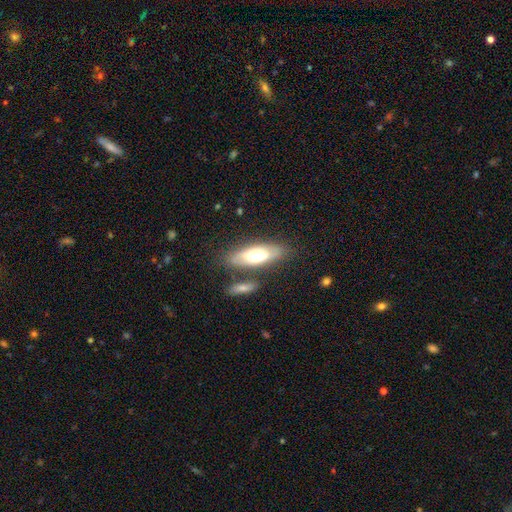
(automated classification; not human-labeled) The model was most divided on "how rounded": in between: 59%, cigar-shaped: 39%, round: 2%. More confident: merging — none (73%); smooth or featured — smooth (59%).